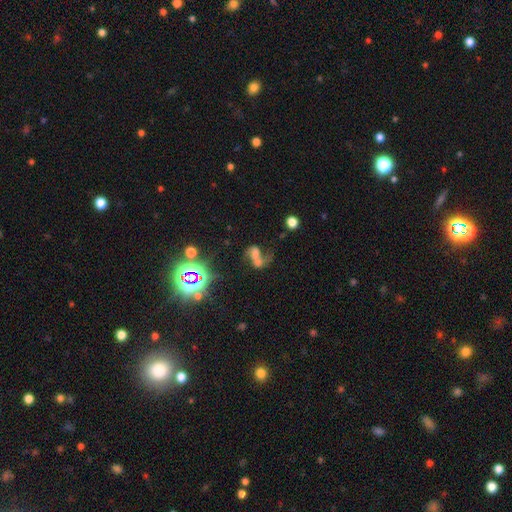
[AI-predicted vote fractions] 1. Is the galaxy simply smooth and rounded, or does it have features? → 45% featured or disk, 28% smooth, 27% star or artifact.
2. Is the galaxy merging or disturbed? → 52% merger, 20% none, 19% major disturbance, 9% minor disturbance.